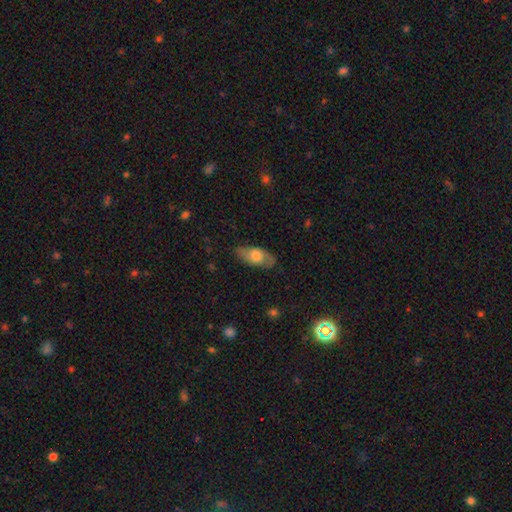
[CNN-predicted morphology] The model was most divided on "smooth or featured": smooth: 63%, featured or disk: 31%, star or artifact: 6%. More confident: how rounded — in between (86%); merging — none (77%).